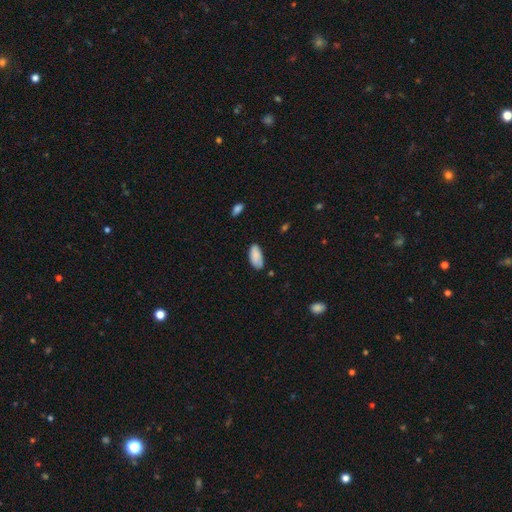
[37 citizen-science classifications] This is clearly a smooth galaxy (95%). How rounded: clearly in between (97%). Merging: likely none (67%).